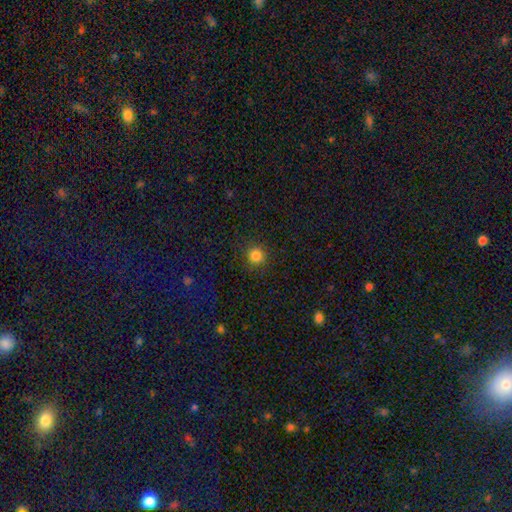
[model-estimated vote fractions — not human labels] smooth-or-featured: smooth: 84% | star or artifact: 13% | featured or disk: 4%
  how-rounded: round: 94% | in between: 5% | cigar-shaped: 1%
  merging: none: 91% | minor disturbance: 6% | major disturbance: 2% | merger: 1%